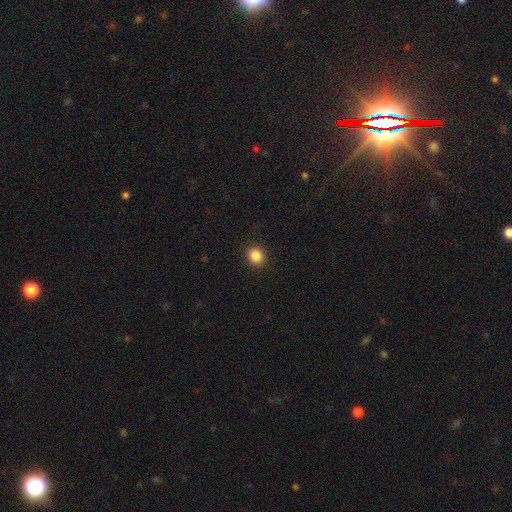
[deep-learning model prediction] The model was most divided on "how rounded": round: 81%, in between: 18%, cigar-shaped: 1%. More confident: merging — none (90%); smooth or featured — smooth (86%).